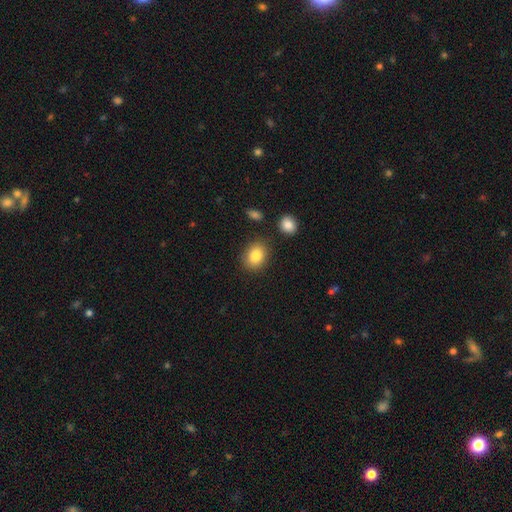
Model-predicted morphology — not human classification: Overall: smooth (85%). How rounded: in between (56%; round 43%). Merging: none (83%).